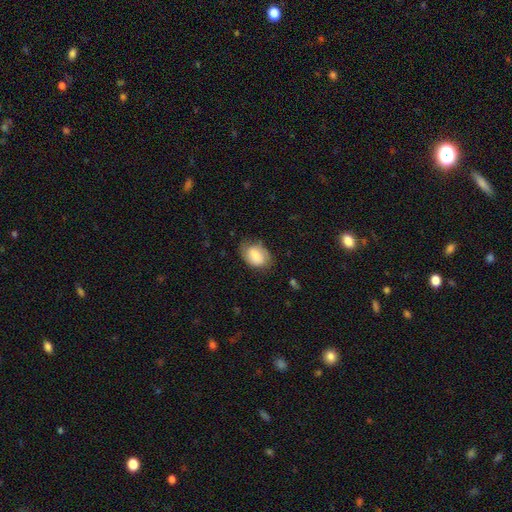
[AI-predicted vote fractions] This is likely a smooth galaxy (71%). How rounded: likely in between (80%). Merging: likely none (61%).